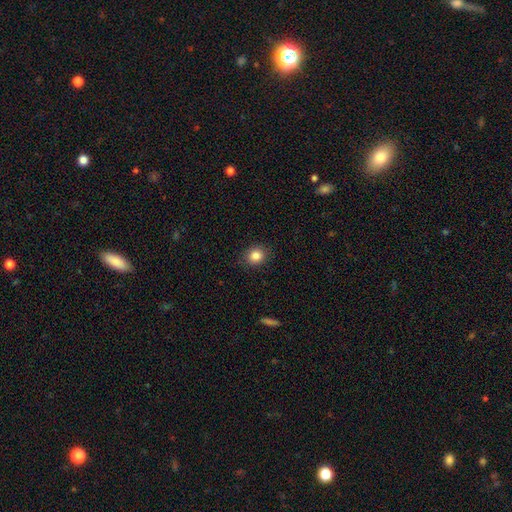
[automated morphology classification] smooth_or_featured: smooth (p=0.84) [alt: star or artifact p=0.10]
how_rounded: round (p=0.74) [alt: in between p=0.25]
merging: none (p=0.88) [alt: minor disturbance p=0.08]